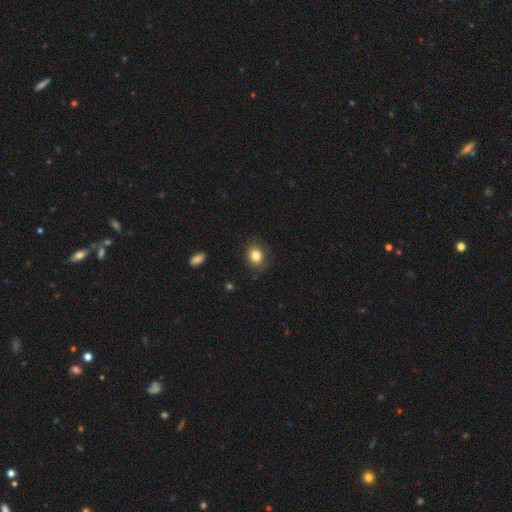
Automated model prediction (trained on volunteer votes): Overall: smooth (83%). How rounded: round (53%; in between 46%). Merging: none (84%).